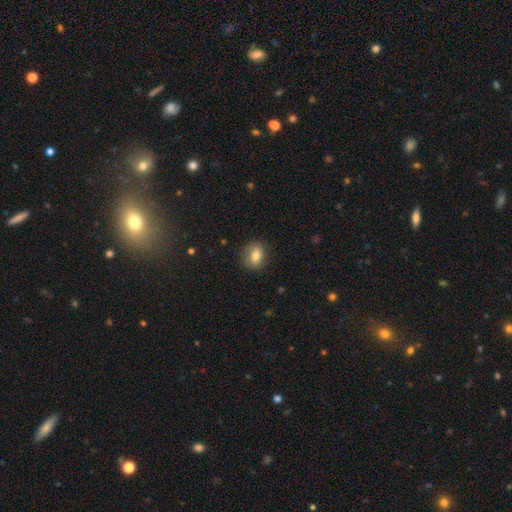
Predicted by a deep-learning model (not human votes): Q: Smooth or featured?
A: smooth (76%); runner-up: featured or disk (14%)
Q: How rounded?
A: round (51%); runner-up: in between (47%)
Q: Merging?
A: none (81%); runner-up: minor disturbance (15%)